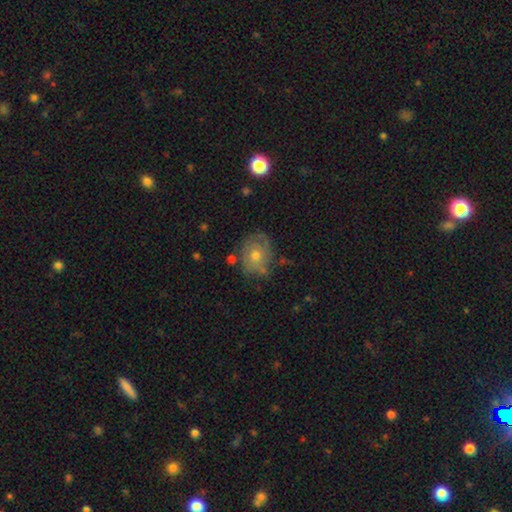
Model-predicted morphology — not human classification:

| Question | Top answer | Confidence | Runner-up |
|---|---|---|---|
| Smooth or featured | featured or disk | 45% | smooth (44%) |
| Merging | none | 66% | minor disturbance (23%) |